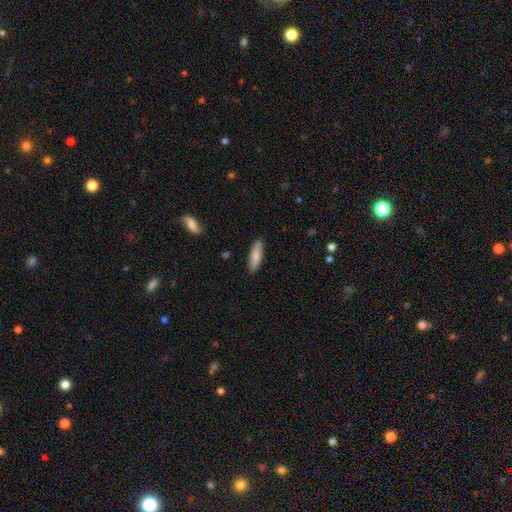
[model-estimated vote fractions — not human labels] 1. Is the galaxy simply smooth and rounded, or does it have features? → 81% smooth, 13% featured or disk, 6% star or artifact.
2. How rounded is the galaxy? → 58% cigar-shaped, 40% in between, 2% round.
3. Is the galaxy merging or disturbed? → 88% none, 9% minor disturbance, 2% major disturbance, 1% merger.